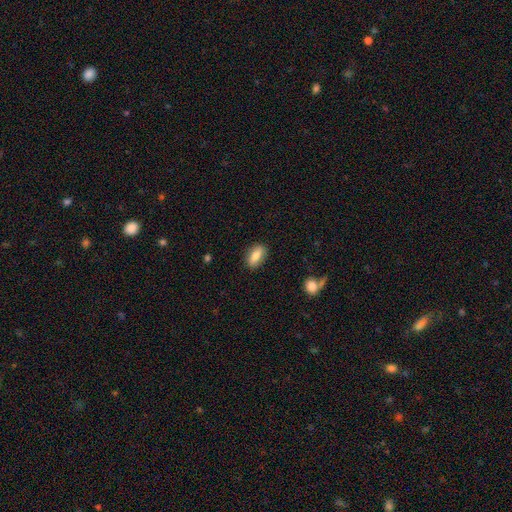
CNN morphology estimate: This is likely a smooth galaxy (77%). How rounded: clearly in between (84%). Merging: clearly none (85%).